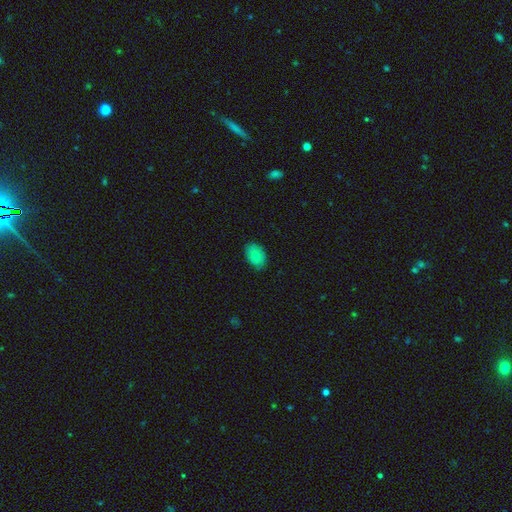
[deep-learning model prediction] Smooth or featured? smooth (79%)
How rounded? in between (84%)
Merging? none (81%)